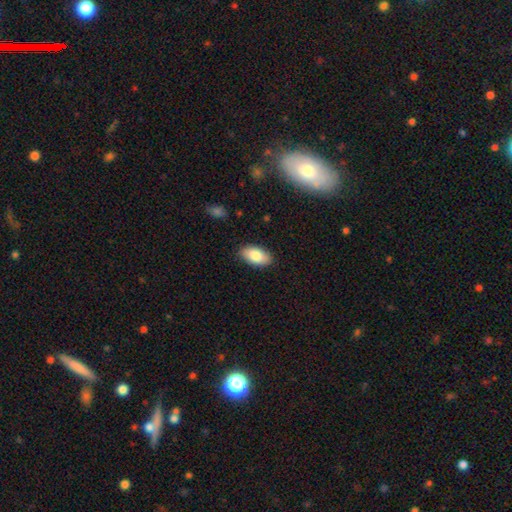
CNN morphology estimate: The model was most divided on "smooth or featured": smooth: 84%, featured or disk: 10%, star or artifact: 6%. More confident: how rounded — in between (94%); merging — none (87%).